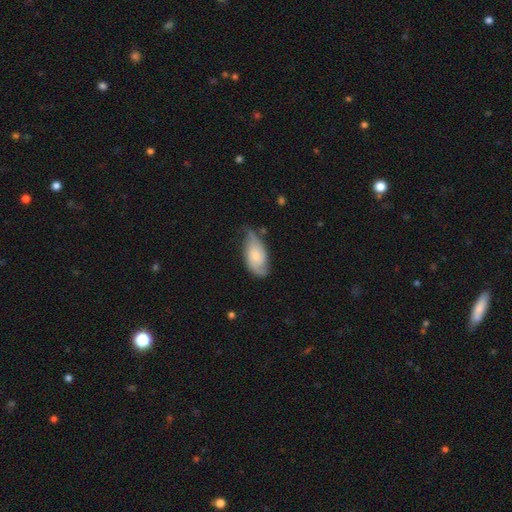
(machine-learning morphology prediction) Smooth or featured? Predicted: featured or disk (p=0.58). Edge-on disk? Predicted: no (p=0.94). Bar? Predicted: no (p=0.68). Spiral arms? Predicted: yes (p=0.89). Bulge size? Predicted: small (p=0.52). Merging? Predicted: none (p=0.51).